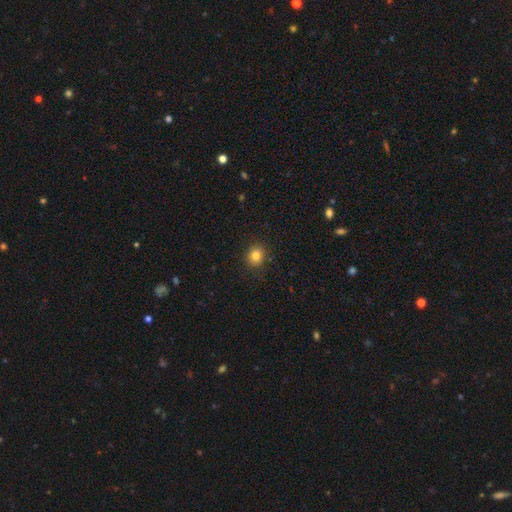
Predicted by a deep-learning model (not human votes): This is clearly a smooth galaxy (82%). How rounded: likely round (72%). Merging: clearly none (88%).